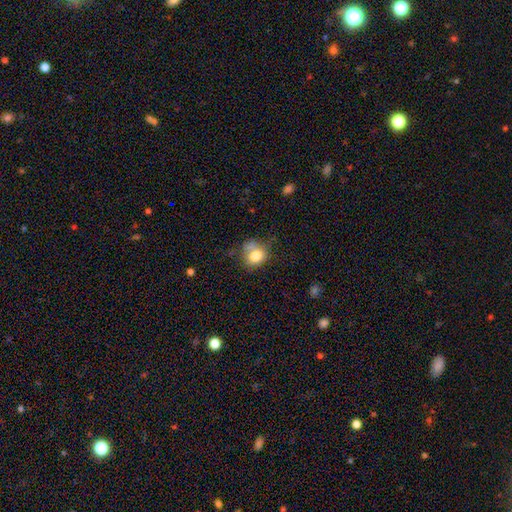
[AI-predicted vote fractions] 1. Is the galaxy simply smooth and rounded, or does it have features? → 78% smooth, 12% featured or disk, 10% star or artifact.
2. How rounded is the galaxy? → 66% round, 33% in between, 1% cigar-shaped.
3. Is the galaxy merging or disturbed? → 49% none, 26% minor disturbance, 14% merger, 11% major disturbance.